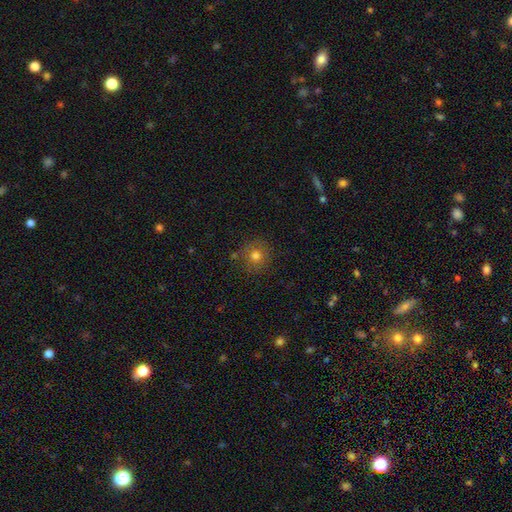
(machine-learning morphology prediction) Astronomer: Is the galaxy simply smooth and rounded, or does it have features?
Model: smooth — 75%.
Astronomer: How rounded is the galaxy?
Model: round — 91%.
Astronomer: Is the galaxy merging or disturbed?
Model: none — 82%.